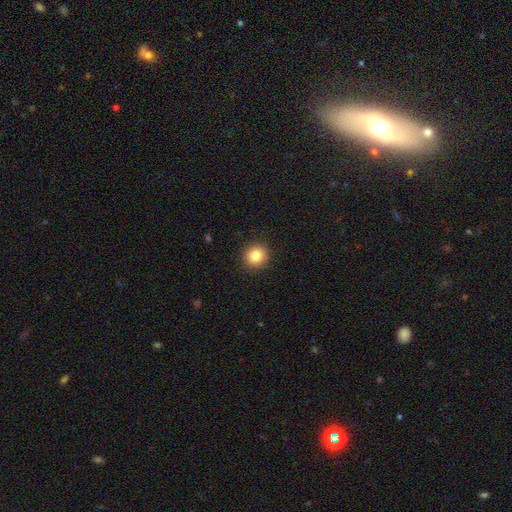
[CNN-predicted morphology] smooth-or-featured: smooth: 83% | star or artifact: 11% | featured or disk: 6%
  how-rounded: round: 91% | in between: 8% | cigar-shaped: 1%
  merging: none: 91% | minor disturbance: 6% | major disturbance: 2% | merger: 1%